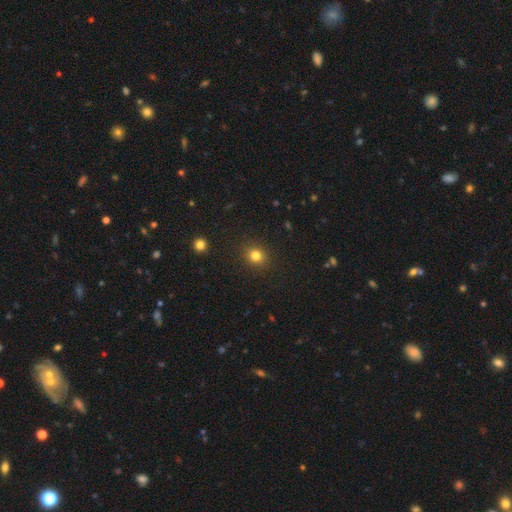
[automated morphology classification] Smooth or featured?
  - smooth: 81% *
  - star or artifact: 13%
  - featured or disk: 6%
How rounded?
  - round: 79% *
  - in between: 20%
  - cigar-shaped: 1%
Merging?
  - none: 90% *
  - minor disturbance: 7%
  - major disturbance: 2%
  - merger: 1%